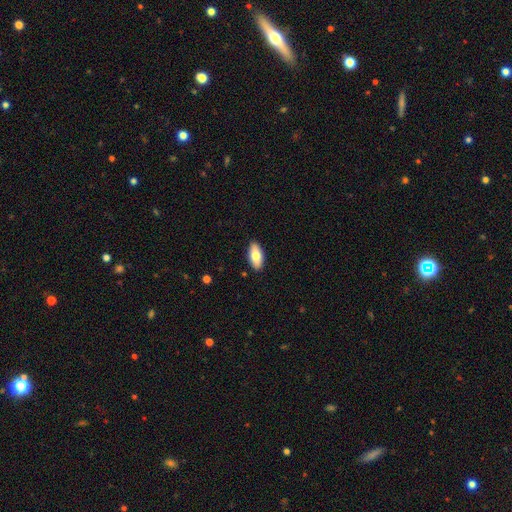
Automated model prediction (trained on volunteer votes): Q: Smooth or featured?
A: smooth (76%); runner-up: featured or disk (18%)
Q: How rounded?
A: in between (90%); runner-up: cigar-shaped (8%)
Q: Merging?
A: none (90%); runner-up: minor disturbance (8%)